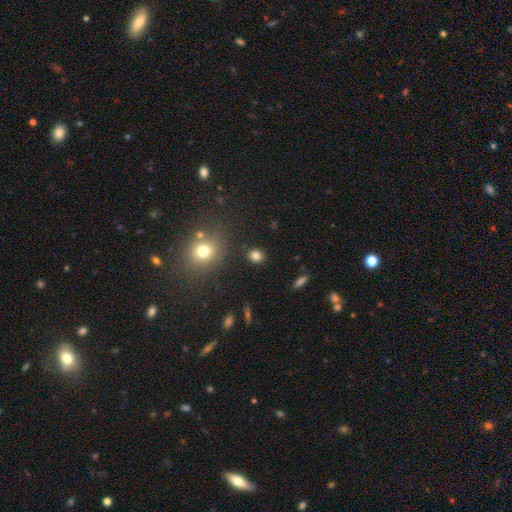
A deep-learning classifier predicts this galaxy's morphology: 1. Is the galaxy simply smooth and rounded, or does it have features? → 81% smooth, 13% star or artifact, 5% featured or disk.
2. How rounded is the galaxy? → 66% round, 32% in between, 1% cigar-shaped.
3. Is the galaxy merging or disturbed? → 87% none, 8% minor disturbance, 3% major disturbance, 3% merger.